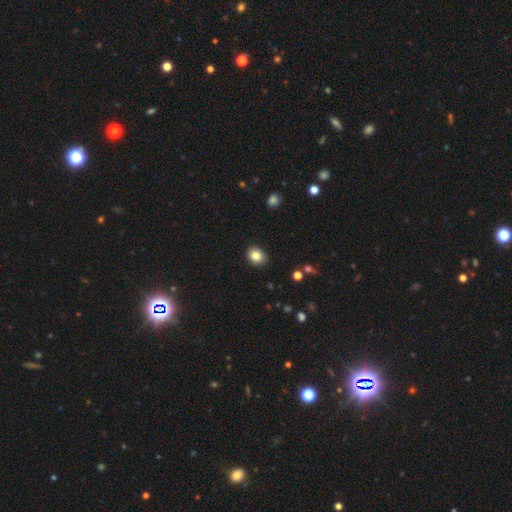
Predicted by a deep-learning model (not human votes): Overall: smooth (84%). How rounded: round (53%; in between 47%). Merging: none (88%).